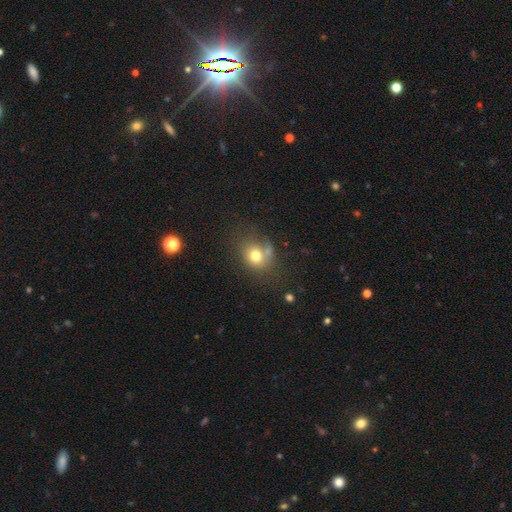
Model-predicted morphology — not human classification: A smooth galaxy with no disk features (73%) that is round (62%).

Vote fractions:
- Smooth or featured? smooth: 73% / featured or disk: 14% / star or artifact: 13%
- How rounded? round: 62% / in between: 37% / cigar-shaped: 1%
- Merging? none: 54% / minor disturbance: 20% / merger: 16% / major disturbance: 11%